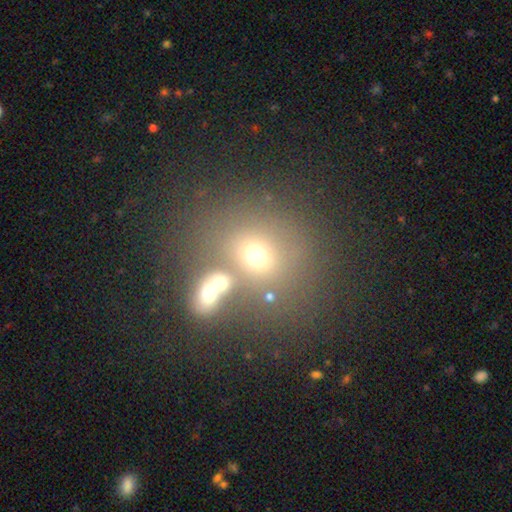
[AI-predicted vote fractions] Q: Smooth or featured?
A: smooth (61%); runner-up: star or artifact (20%)
Q: How rounded?
A: round (67%); runner-up: in between (32%)
Q: Merging?
A: none (47%); runner-up: merger (36%)